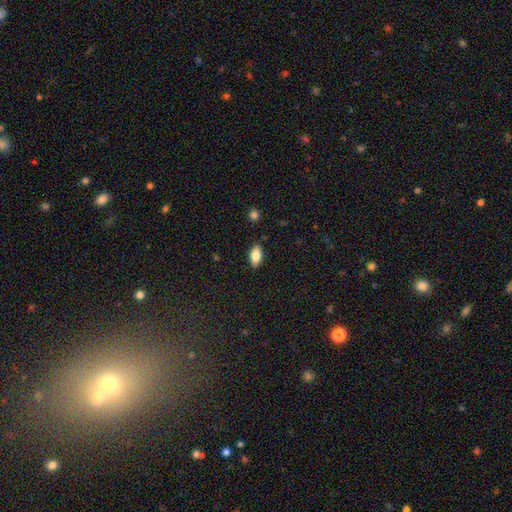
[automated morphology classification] smooth 78%, featured or disk 15%, star or artifact 7%. Down the decision tree: how rounded — in between (89%); merging — none (87%).